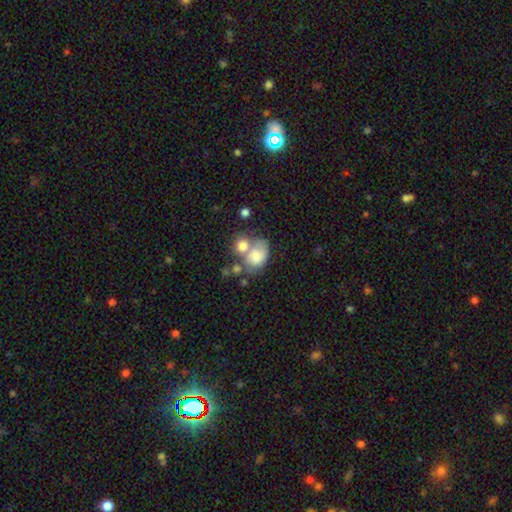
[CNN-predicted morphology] smooth_or_featured: smooth (p=0.66) [alt: featured or disk p=0.25]
how_rounded: in between (p=0.70) [alt: round p=0.29]
merging: merger (p=0.50) [alt: none p=0.23]